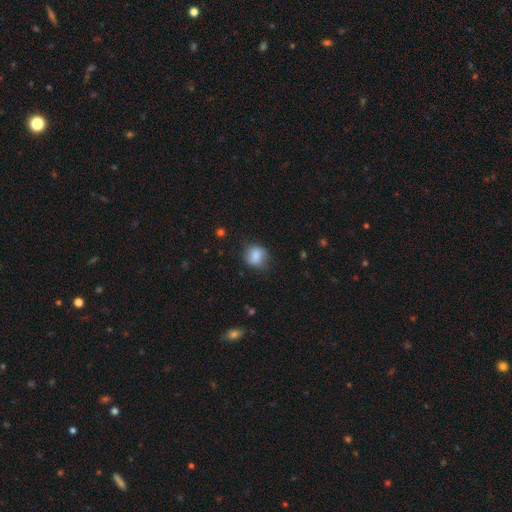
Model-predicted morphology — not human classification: smooth 83%, featured or disk 9%, star or artifact 8%. Down the decision tree: how rounded — round (66%); merging — none (71%).